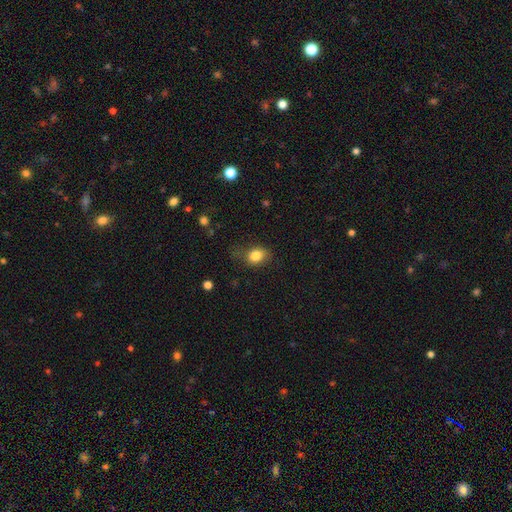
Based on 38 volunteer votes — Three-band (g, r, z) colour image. It shows a smooth galaxy with no disk features (84%) that is in between round and cigar-shaped (69%). Merging: none (61%).